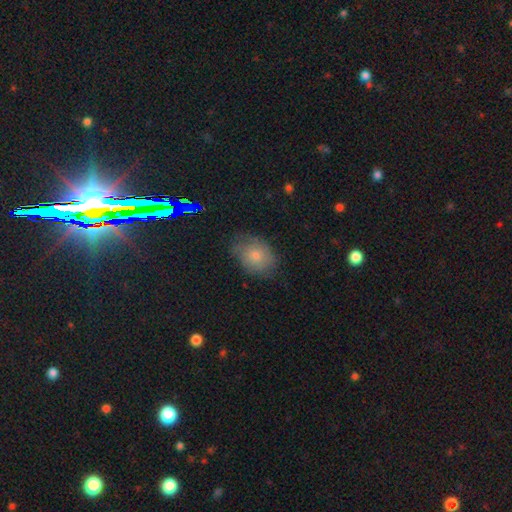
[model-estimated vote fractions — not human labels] smooth_or_featured: smooth (p=0.71) [alt: featured or disk p=0.19]
how_rounded: in between (p=0.63) [alt: round p=0.35]
merging: none (p=0.65) [alt: minor disturbance p=0.26]